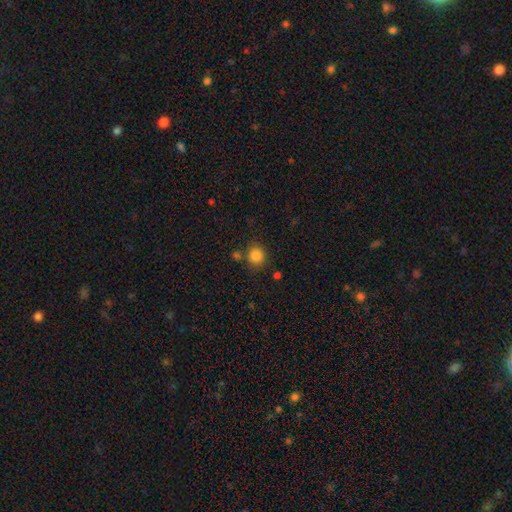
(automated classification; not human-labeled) A smooth galaxy with no disk features (85%) that is round (85%). Merging: none (77%).